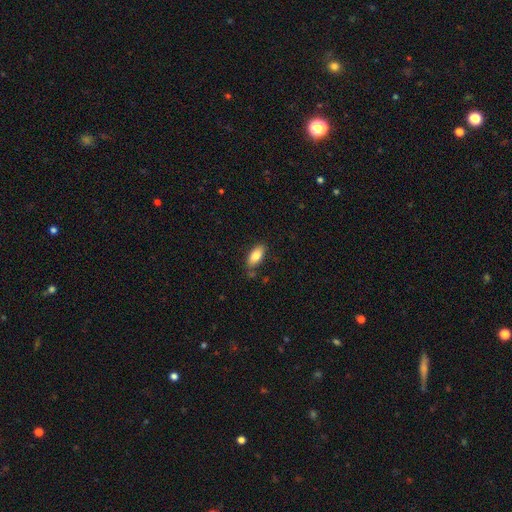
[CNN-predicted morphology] smooth-or-featured: smooth: 84% | featured or disk: 9% | star or artifact: 7%
  how-rounded: in between: 88% | cigar-shaped: 9% | round: 2%
  merging: none: 77% | minor disturbance: 16% | merger: 4% | major disturbance: 3%